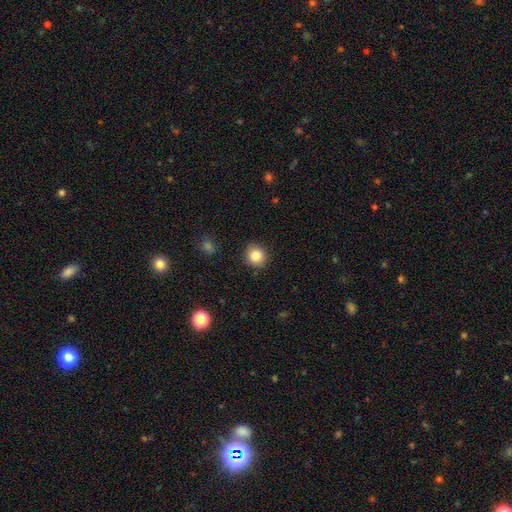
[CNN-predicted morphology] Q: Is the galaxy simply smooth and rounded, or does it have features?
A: smooth — 83%.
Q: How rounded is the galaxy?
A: round — 86%.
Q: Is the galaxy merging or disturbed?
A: none — 90%.